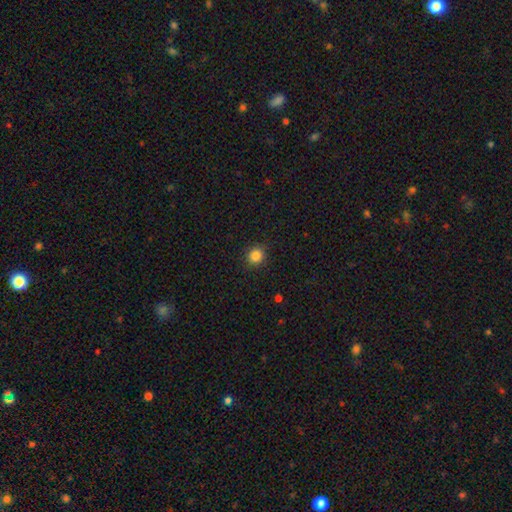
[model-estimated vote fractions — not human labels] This is clearly a smooth galaxy (85%). How rounded: clearly round (90%). Merging: clearly none (91%).